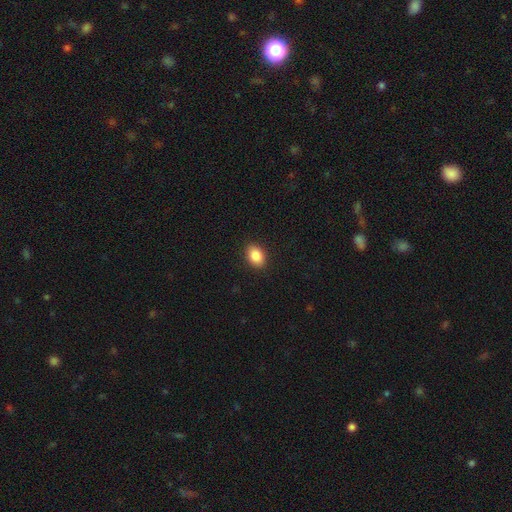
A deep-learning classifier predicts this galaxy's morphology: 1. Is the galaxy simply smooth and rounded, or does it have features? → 88% smooth, 8% star or artifact, 4% featured or disk.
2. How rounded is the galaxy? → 78% in between, 21% round, 1% cigar-shaped.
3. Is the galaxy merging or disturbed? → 90% none, 7% minor disturbance, 2% major disturbance, 1% merger.